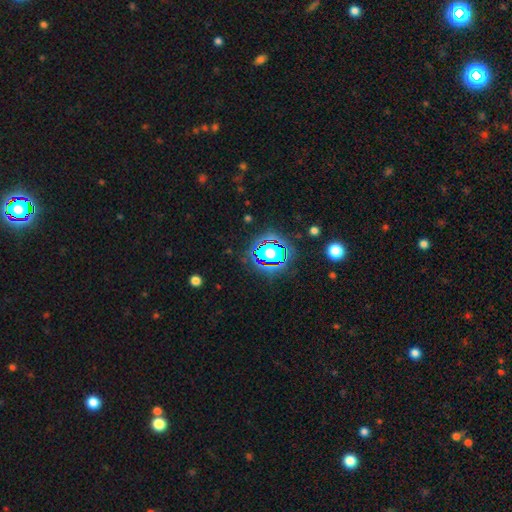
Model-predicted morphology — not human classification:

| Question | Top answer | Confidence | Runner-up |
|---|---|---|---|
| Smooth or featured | star or artifact | 80% | smooth (11%) |